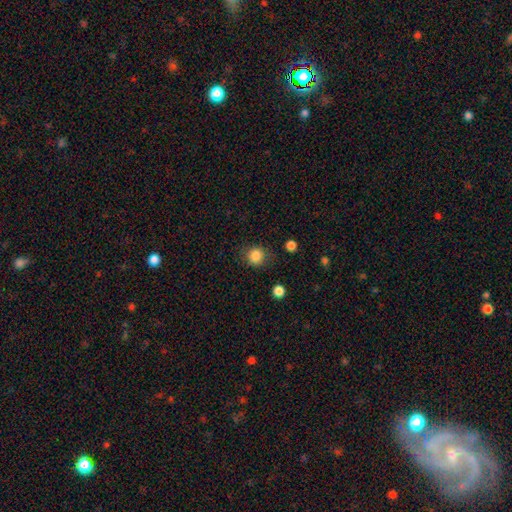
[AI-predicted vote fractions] Overall: smooth (85%). How rounded: round (87%). Merging: none (82%).